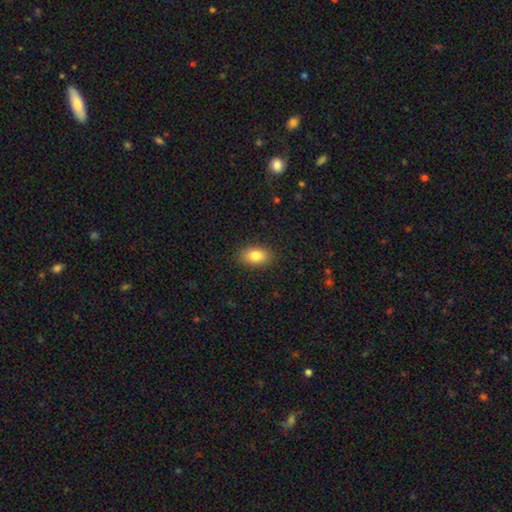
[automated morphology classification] Smooth or featured? smooth (83%)
How rounded? in between (87%)
Merging? none (88%)